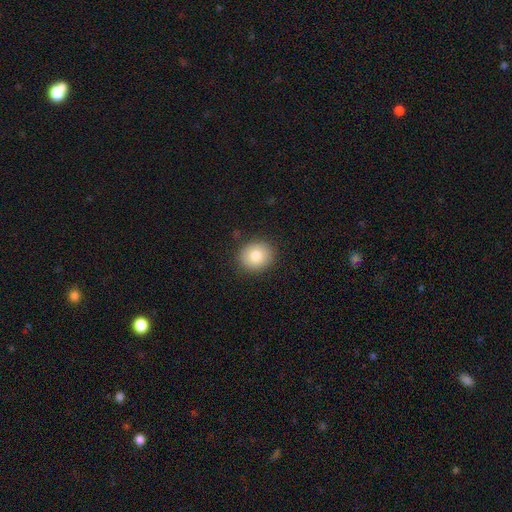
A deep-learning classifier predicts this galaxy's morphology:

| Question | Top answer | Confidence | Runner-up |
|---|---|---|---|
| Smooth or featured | smooth | 83% | featured or disk (9%) |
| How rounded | round | 75% | in between (24%) |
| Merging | none | 89% | minor disturbance (8%) |